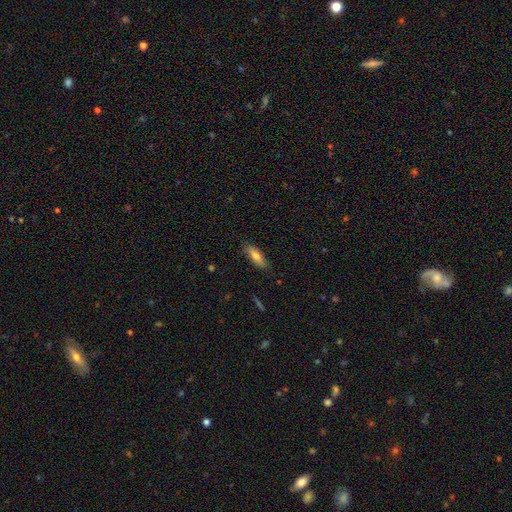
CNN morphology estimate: A smooth galaxy with no disk features (73%) that is in between round and cigar-shaped (52%).

Vote fractions:
- Smooth or featured? smooth: 73% / featured or disk: 20% / star or artifact: 7%
- How rounded? in between: 52% / cigar-shaped: 46% / round: 2%
- Merging? none: 85% / minor disturbance: 12% / major disturbance: 2% / merger: 1%